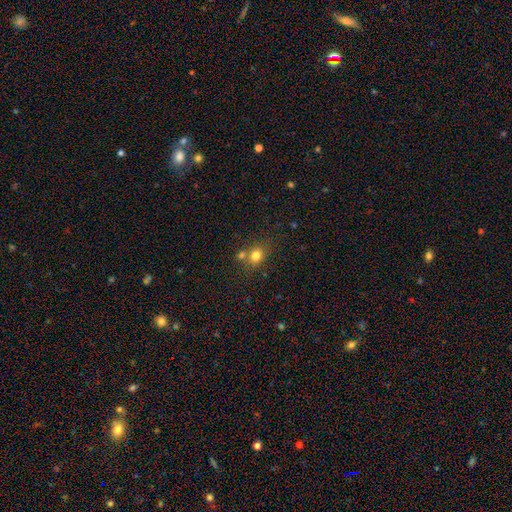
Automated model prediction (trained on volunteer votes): A smooth galaxy with no disk features (78%) that is round (64%). Merging: none (57%).